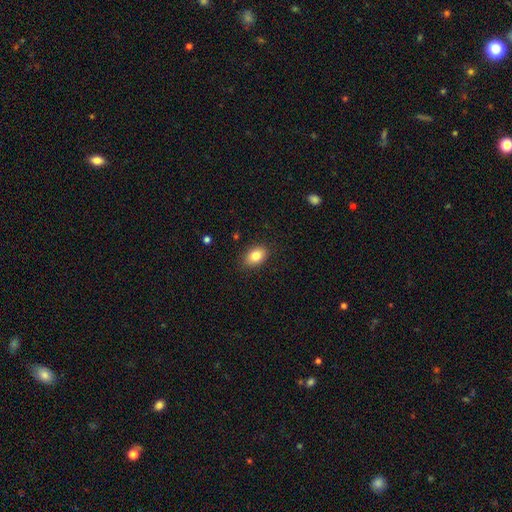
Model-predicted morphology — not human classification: smooth_or_featured: smooth (p=0.83) [alt: featured or disk p=0.09]
how_rounded: in between (p=0.83) [alt: round p=0.15]
merging: none (p=0.87) [alt: minor disturbance p=0.10]